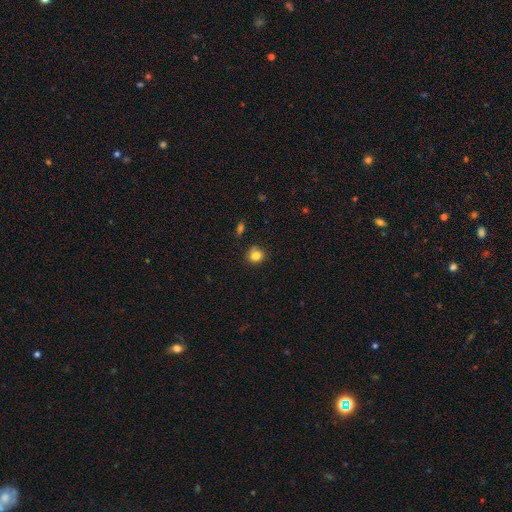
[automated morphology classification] Smooth or featured? Predicted: smooth (p=0.82). How rounded? Predicted: round (p=0.84). Merging? Predicted: none (p=0.79).